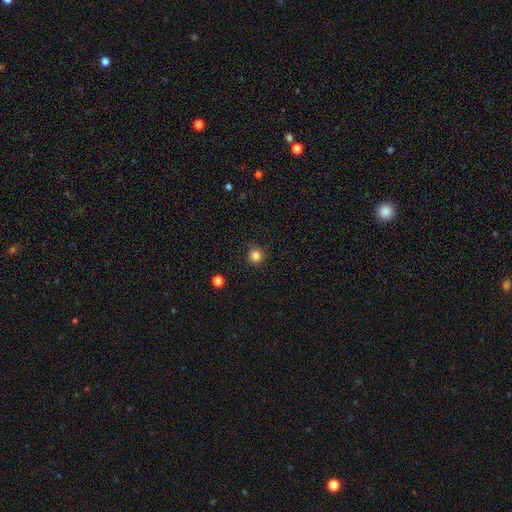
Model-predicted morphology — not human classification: Smooth or featured? smooth (83%)
How rounded? round (94%)
Merging? none (87%)